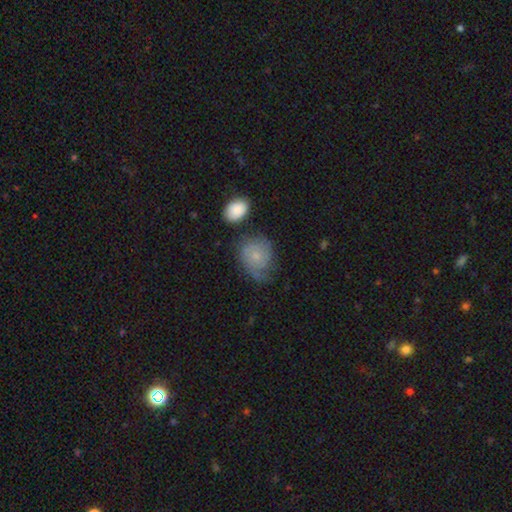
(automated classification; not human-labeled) This appears to be a featured or disk galaxy (50%). Merging: none (47%).